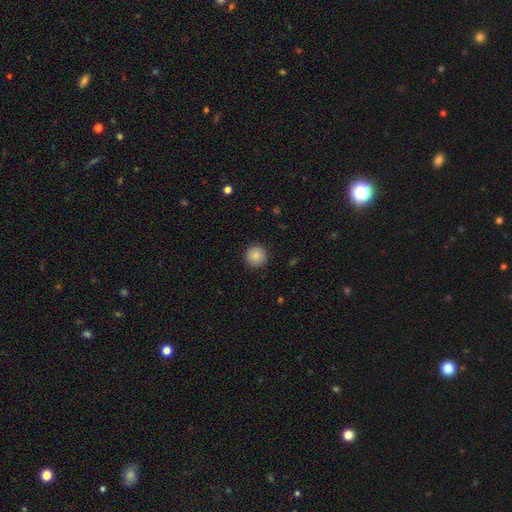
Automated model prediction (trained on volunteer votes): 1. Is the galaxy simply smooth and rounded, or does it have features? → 86% smooth, 8% star or artifact, 6% featured or disk.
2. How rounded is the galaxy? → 95% round, 4% in between, 1% cigar-shaped.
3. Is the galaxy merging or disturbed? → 92% none, 5% minor disturbance, 2% major disturbance, 1% merger.